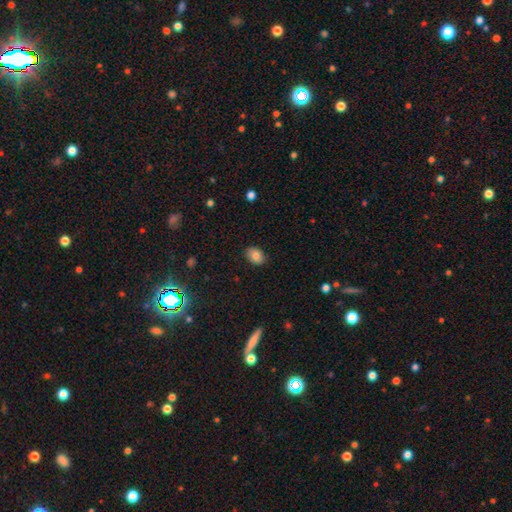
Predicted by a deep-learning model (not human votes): smooth 80%, featured or disk 11%, star or artifact 9%. Down the decision tree: how rounded — in between (75%); merging — none (86%).